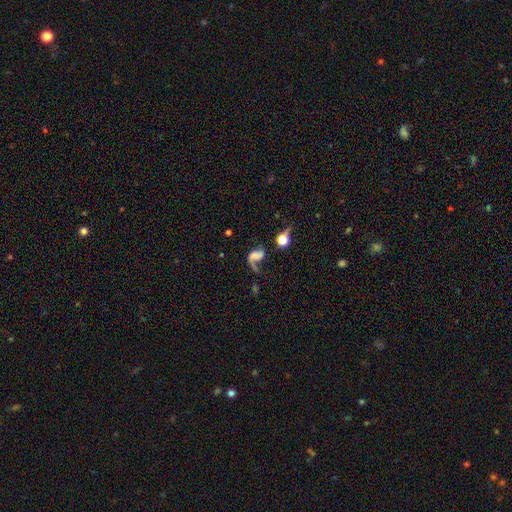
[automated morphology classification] Smooth or featured: featured or disk — 51% (smooth — 34%)
Edge-on disk: no — 96% (yes — 4%)
Merging: major disturbance — 40% (none — 29%)